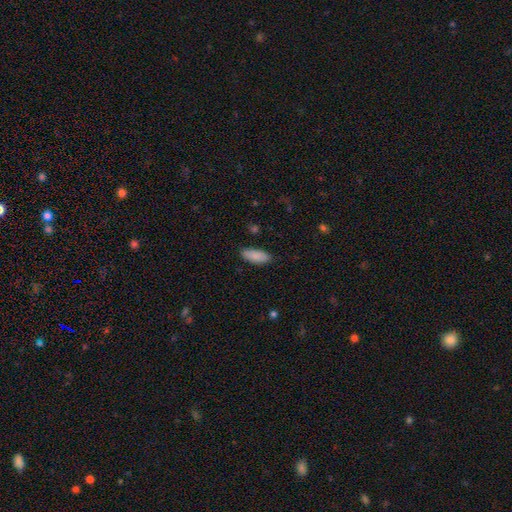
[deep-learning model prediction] The model was most divided on "how rounded": in between: 81%, cigar-shaped: 17%, round: 2%. More confident: smooth or featured — smooth (88%); merging — none (87%).